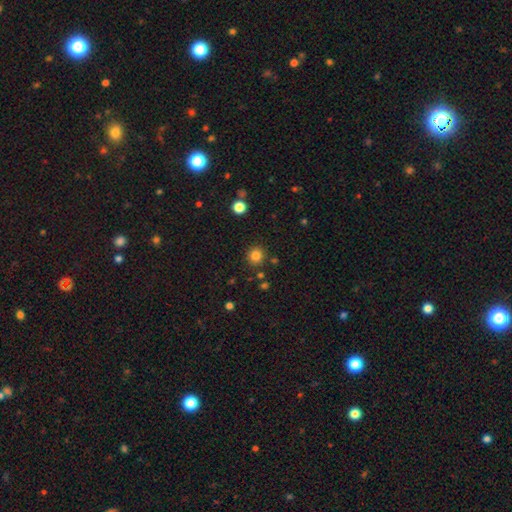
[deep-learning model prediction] Q: Smooth or featured?
A: smooth (82%); runner-up: star or artifact (13%)
Q: How rounded?
A: round (92%); runner-up: in between (7%)
Q: Merging?
A: none (87%); runner-up: minor disturbance (7%)